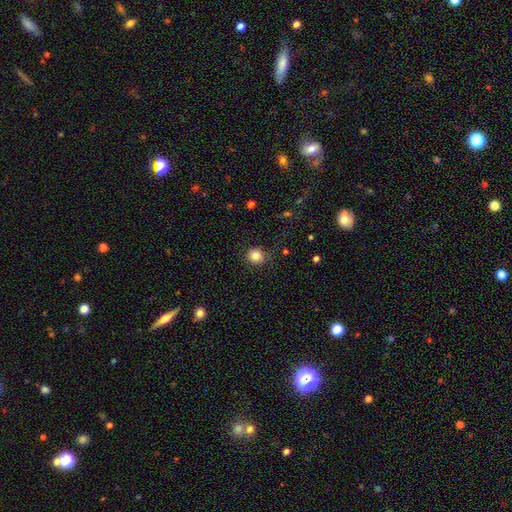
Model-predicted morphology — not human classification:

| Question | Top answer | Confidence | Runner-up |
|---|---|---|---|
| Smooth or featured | smooth | 83% | star or artifact (11%) |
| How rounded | round | 89% | in between (11%) |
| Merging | none | 84% | minor disturbance (11%) |